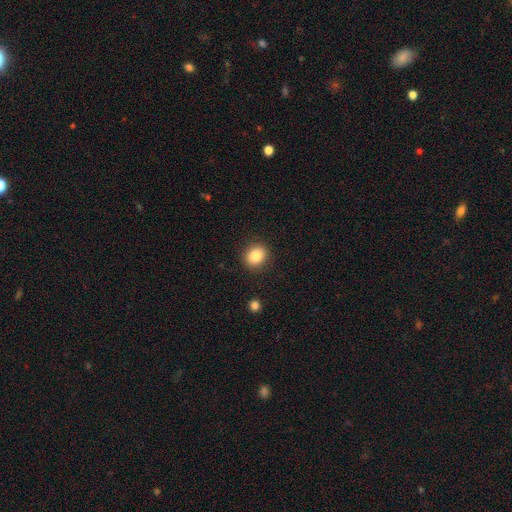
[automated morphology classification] Smooth or featured? smooth (84%)
How rounded? round (70%)
Merging? none (89%)